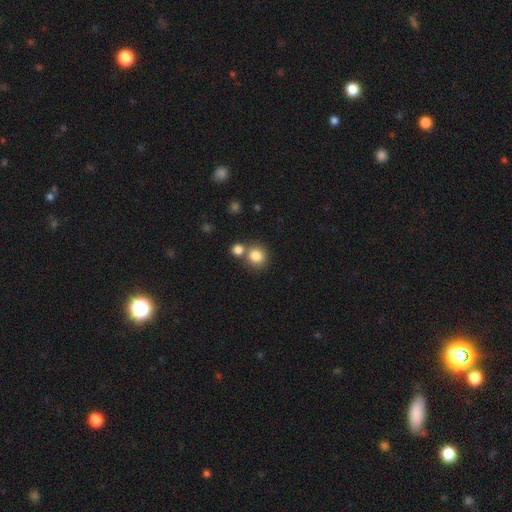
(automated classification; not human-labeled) Smooth or featured? smooth (82%)
How rounded? round (89%)
Merging? none (60%)